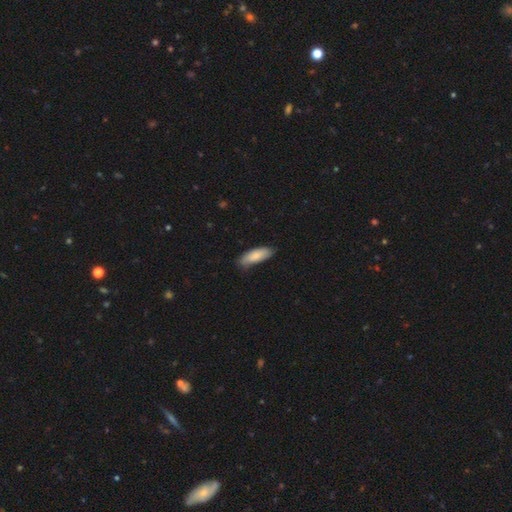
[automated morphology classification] smooth_or_featured: smooth (p=0.81) [alt: featured or disk p=0.14]
how_rounded: in between (p=0.67) [alt: cigar-shaped p=0.32]
merging: none (p=0.68) [alt: minor disturbance p=0.26]